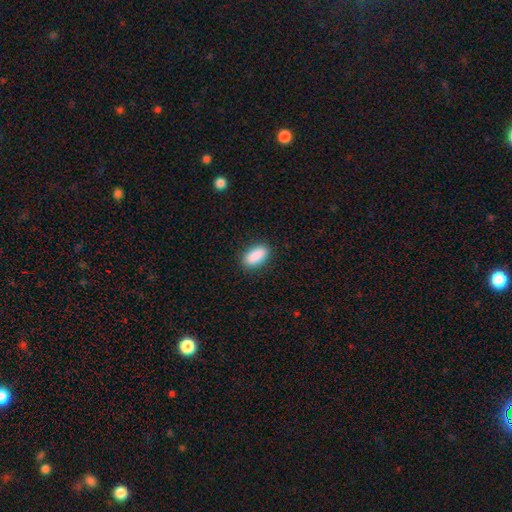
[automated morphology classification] smooth-or-featured: smooth: 90% | star or artifact: 6% | featured or disk: 3%
  how-rounded: in between: 90% | cigar-shaped: 7% | round: 3%
  merging: none: 88% | minor disturbance: 9% | major disturbance: 2% | merger: 1%